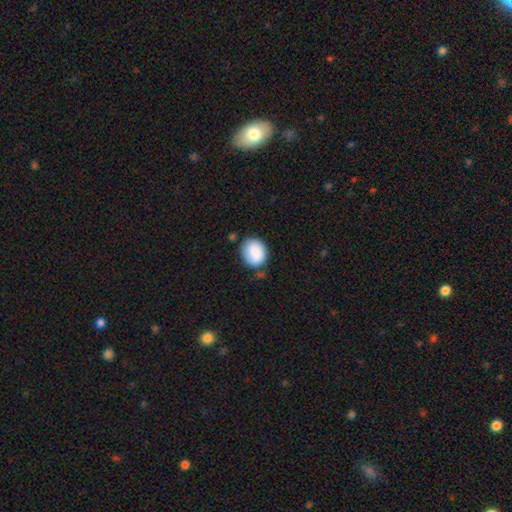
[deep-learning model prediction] smooth 87%, star or artifact 7%, featured or disk 6%. Down the decision tree: how rounded — round (61%); merging — none (71%).